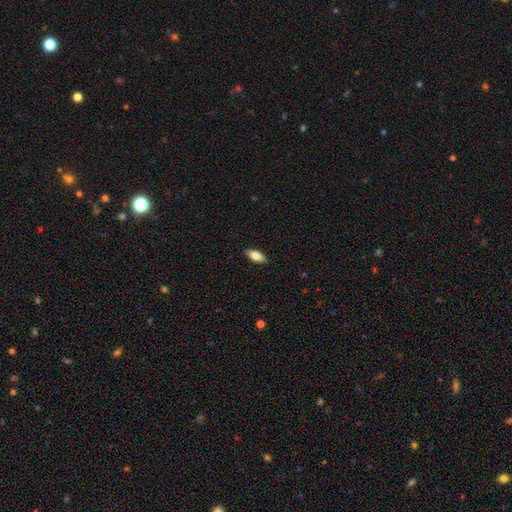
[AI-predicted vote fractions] smooth-or-featured: smooth: 75% | featured or disk: 19% | star or artifact: 6%
  how-rounded: in between: 79% | cigar-shaped: 18% | round: 2%
  merging: none: 90% | minor disturbance: 8% | major disturbance: 2% | merger: 1%